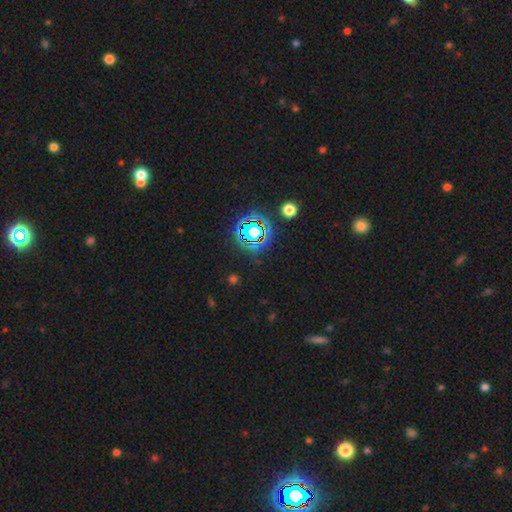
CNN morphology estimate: A star or artifact, not a galaxy (76%).

Vote fractions:
- Smooth or featured? star or artifact: 76% / smooth: 15% / featured or disk: 9%